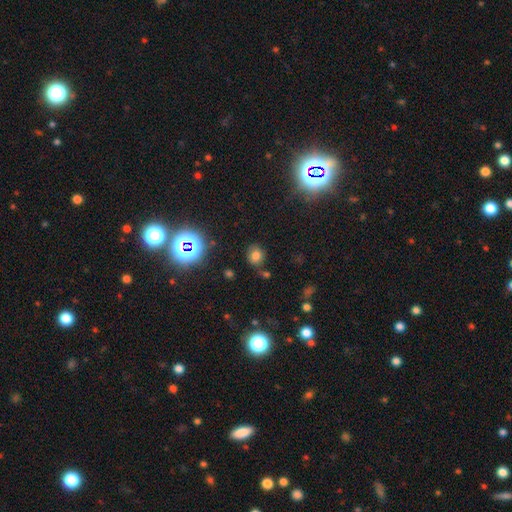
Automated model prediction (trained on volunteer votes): The model was most divided on "how rounded": round: 71%, in between: 28%, cigar-shaped: 1%. More confident: merging — none (77%); smooth or featured — smooth (70%).